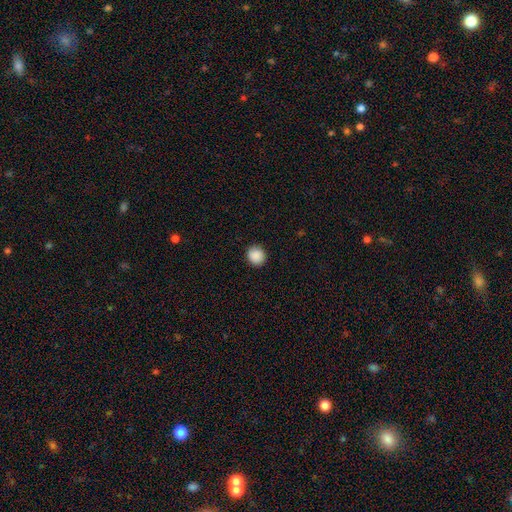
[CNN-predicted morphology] Q: Smooth or featured?
A: smooth (89%); runner-up: star or artifact (8%)
Q: How rounded?
A: round (89%); runner-up: in between (10%)
Q: Merging?
A: none (91%); runner-up: minor disturbance (6%)